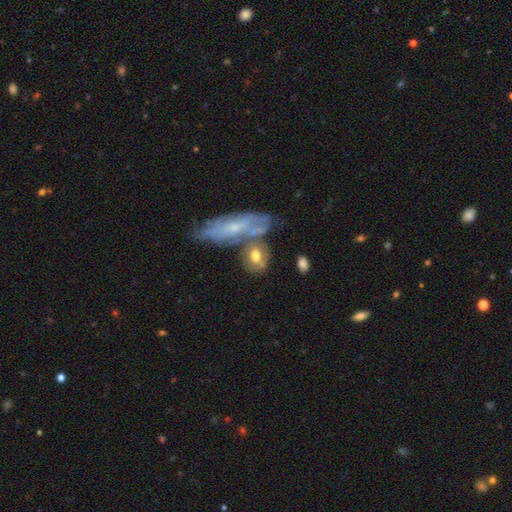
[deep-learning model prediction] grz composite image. It shows a smooth galaxy with no disk features (60%) that is in between round and cigar-shaped (59%). Merging: none (44%).